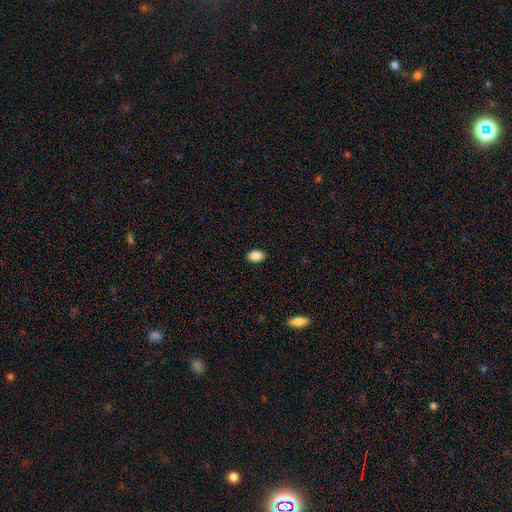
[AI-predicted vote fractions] Morphology: type=smooth (89%); roundness=in between (86%); merging=none (89%).